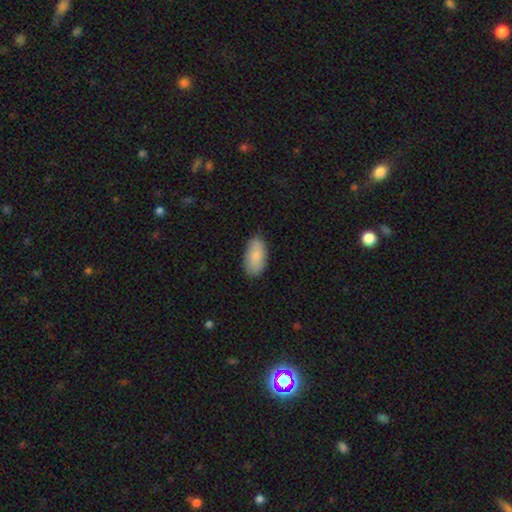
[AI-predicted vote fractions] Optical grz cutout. It shows a smooth galaxy with no disk features (85%) that is in between round and cigar-shaped (94%). Merging: none (79%).